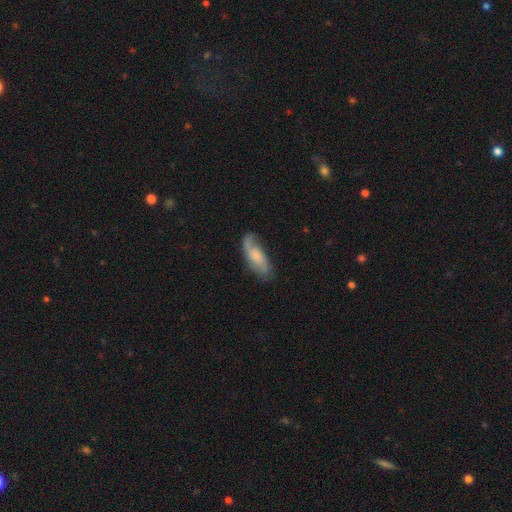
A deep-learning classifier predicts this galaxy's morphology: featured or disk 59%, smooth 34%, star or artifact 7%. Down the decision tree: edge-on disk — no (90%); bar — no (62%); spiral arms — yes (91%); bulge size — small (33%); merging — none (64%).